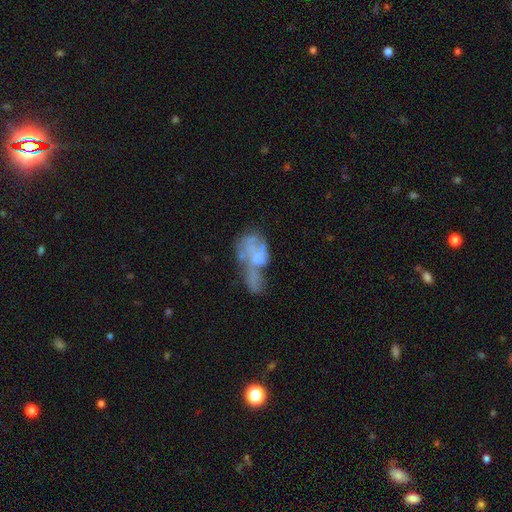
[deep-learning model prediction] Smooth or featured: featured or disk — 51% (smooth — 36%)
Edge-on disk: no — 96% (yes — 4%)
Merging: merger — 41% (major disturbance — 30%)